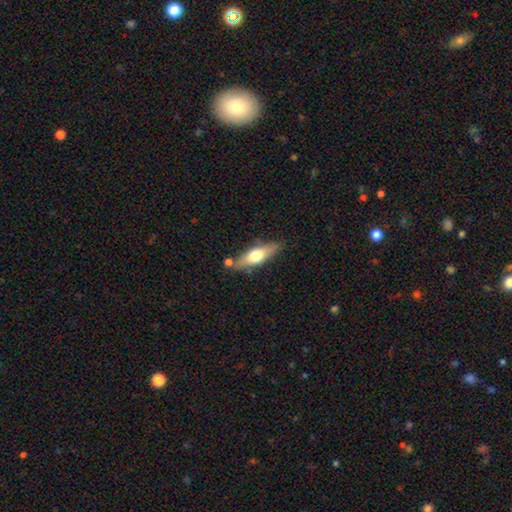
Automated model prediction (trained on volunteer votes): Smooth or featured? smooth (51%)
How rounded? cigar-shaped (56%)
Merging? none (75%)